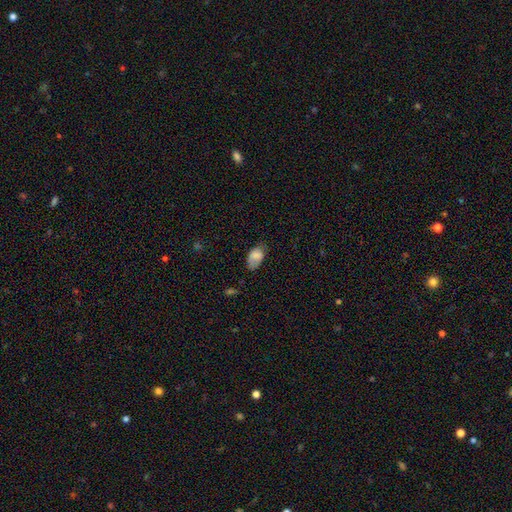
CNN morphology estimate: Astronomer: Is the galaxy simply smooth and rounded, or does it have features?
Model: smooth — 79%.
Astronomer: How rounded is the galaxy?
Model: in between — 91%.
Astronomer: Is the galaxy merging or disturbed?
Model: none — 53% (runner-up: minor disturbance, 33%).